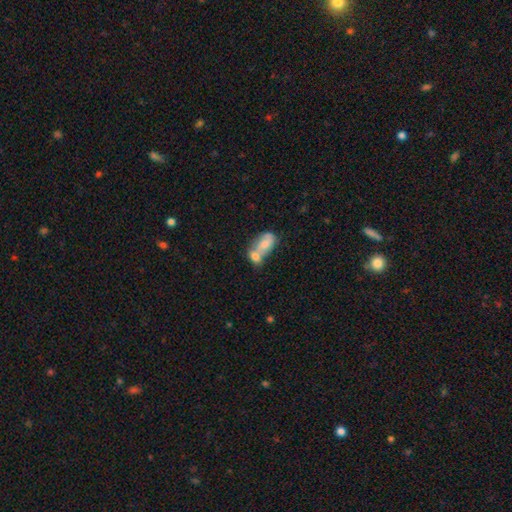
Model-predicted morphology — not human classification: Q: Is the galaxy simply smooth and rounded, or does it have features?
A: smooth — 66%.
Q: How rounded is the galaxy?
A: in between — 84%.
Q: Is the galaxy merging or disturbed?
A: merger — 70%.